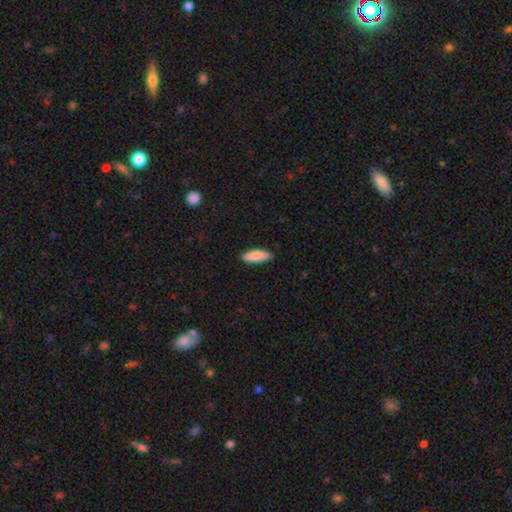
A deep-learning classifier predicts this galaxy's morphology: Q: Smooth or featured?
A: smooth (85%); runner-up: featured or disk (10%)
Q: How rounded?
A: in between (67%); runner-up: cigar-shaped (31%)
Q: Merging?
A: none (88%); runner-up: minor disturbance (10%)